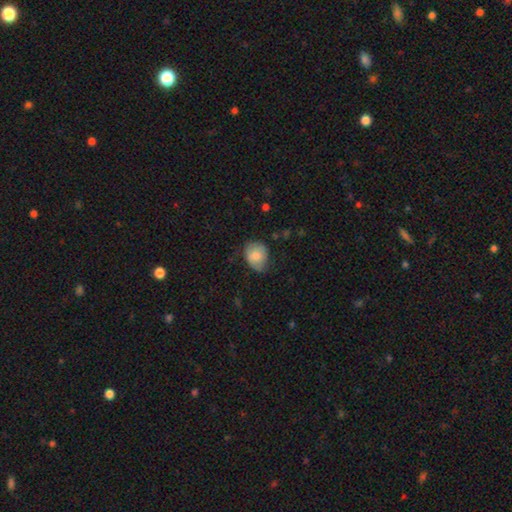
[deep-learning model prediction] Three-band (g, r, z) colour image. It shows a smooth galaxy with no disk features (78%) that is round (53%). Merging: none (58%).